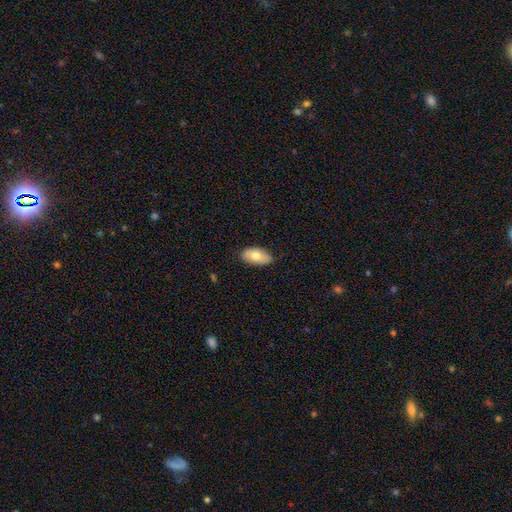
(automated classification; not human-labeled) The model was most divided on "smooth or featured": smooth: 74%, featured or disk: 19%, star or artifact: 6%. More confident: how rounded — in between (94%); merging — none (82%).